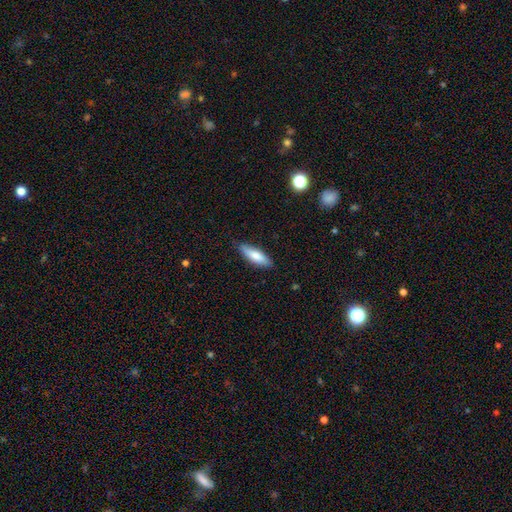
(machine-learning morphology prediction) This appears to be a smooth galaxy with no disk features (77%) that is in between round and cigar-shaped (50%). Merging: none (82%).